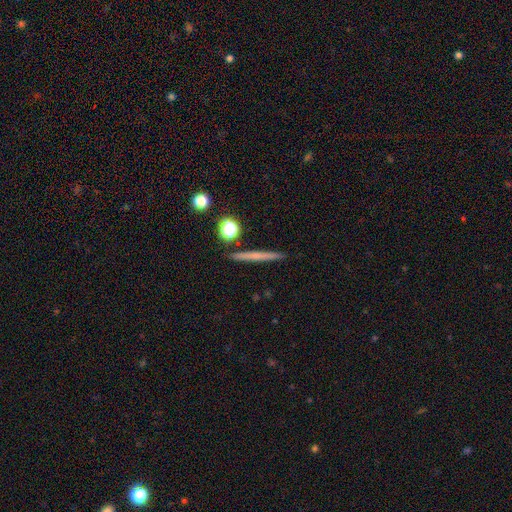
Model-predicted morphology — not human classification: Smooth or featured? smooth (53%)
How rounded? cigar-shaped (93%)
Merging? none (90%)